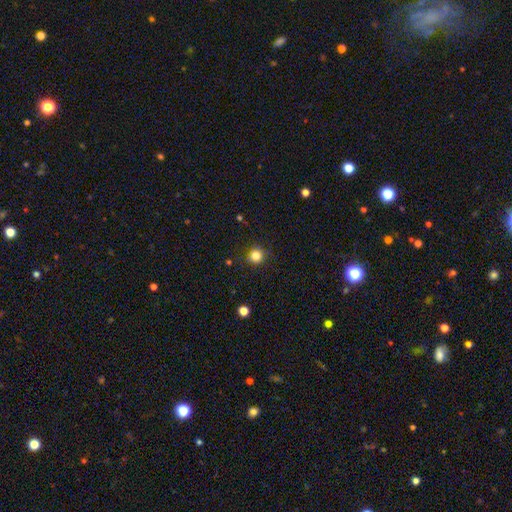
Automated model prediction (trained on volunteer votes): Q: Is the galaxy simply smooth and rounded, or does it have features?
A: smooth — 83%.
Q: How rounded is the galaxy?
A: round — 92%.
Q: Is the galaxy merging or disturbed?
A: none — 89%.